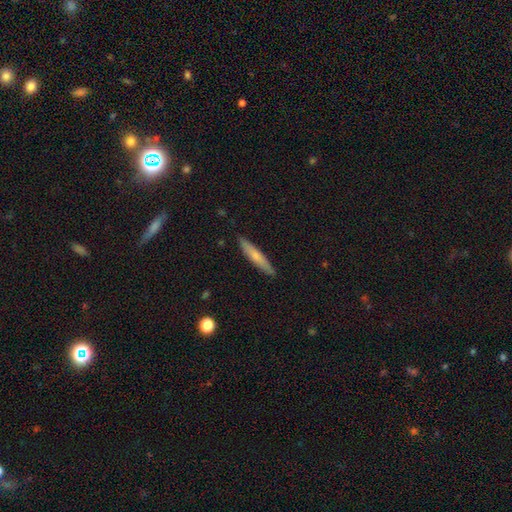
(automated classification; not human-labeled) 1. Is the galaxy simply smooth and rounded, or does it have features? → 63% smooth, 31% featured or disk, 6% star or artifact.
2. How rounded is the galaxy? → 91% cigar-shaped, 8% in between, 1% round.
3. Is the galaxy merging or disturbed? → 89% none, 8% minor disturbance, 2% major disturbance, 1% merger.